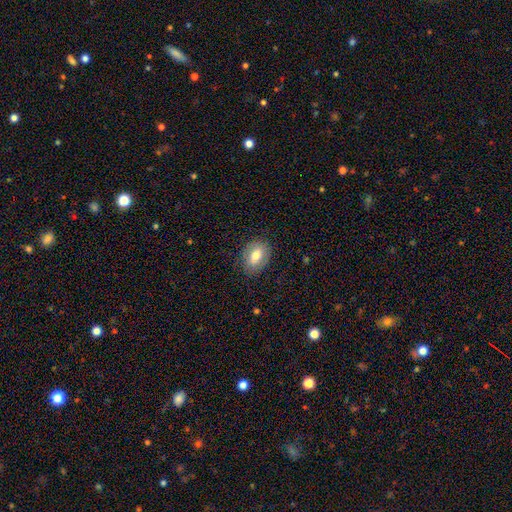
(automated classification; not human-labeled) Overall: smooth (70%). How rounded: in between (77%). Merging: none (82%).